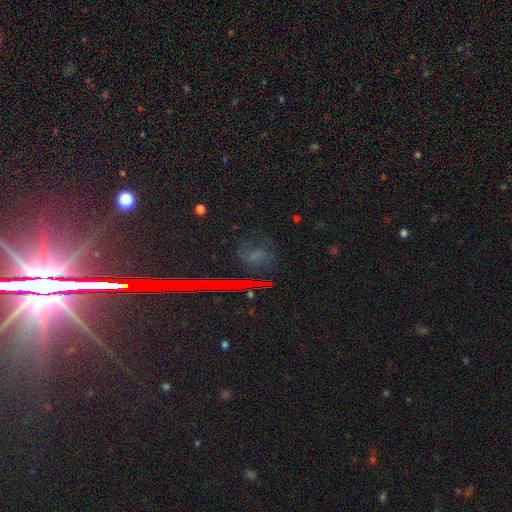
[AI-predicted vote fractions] smooth-or-featured: star or artifact: 52% | smooth: 29% | featured or disk: 19%